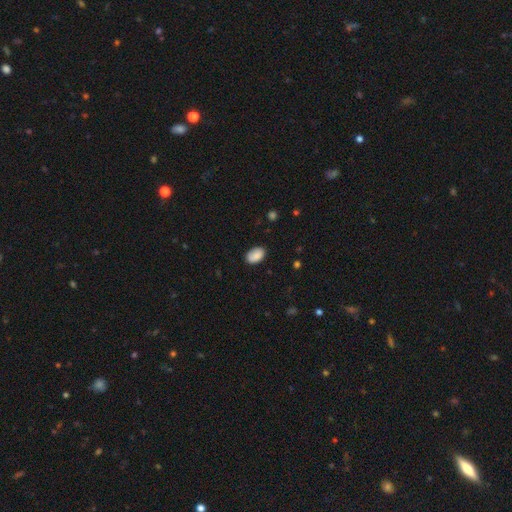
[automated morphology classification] smooth-or-featured: smooth: 88% | star or artifact: 7% | featured or disk: 5%
  how-rounded: in between: 91% | round: 8% | cigar-shaped: 1%
  merging: none: 82% | minor disturbance: 14% | major disturbance: 3% | merger: 1%